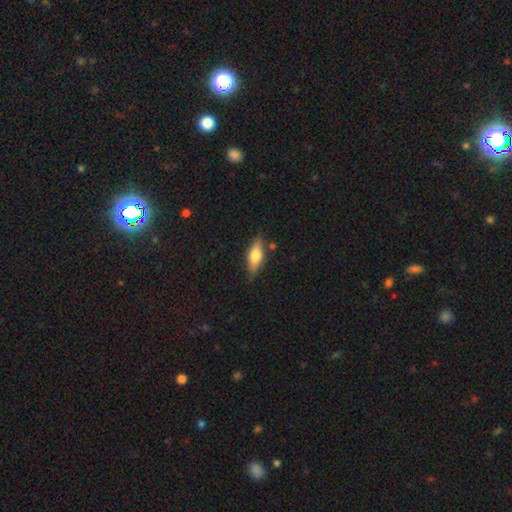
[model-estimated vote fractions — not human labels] Smooth or featured? smooth (55%)
How rounded? in between (61%)
Merging? none (80%)